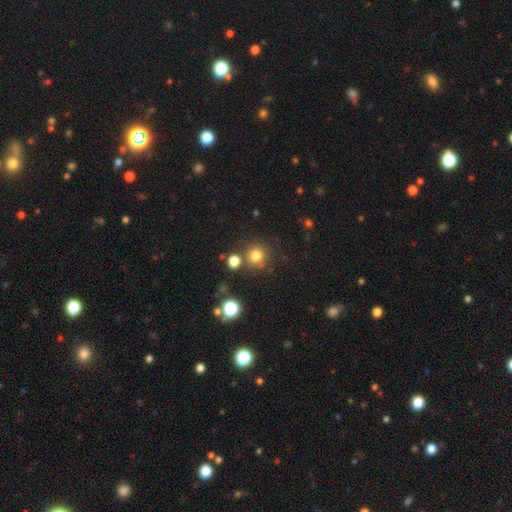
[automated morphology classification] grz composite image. It shows a smooth galaxy with no disk features (77%) that is round (92%). Merging: none (77%).